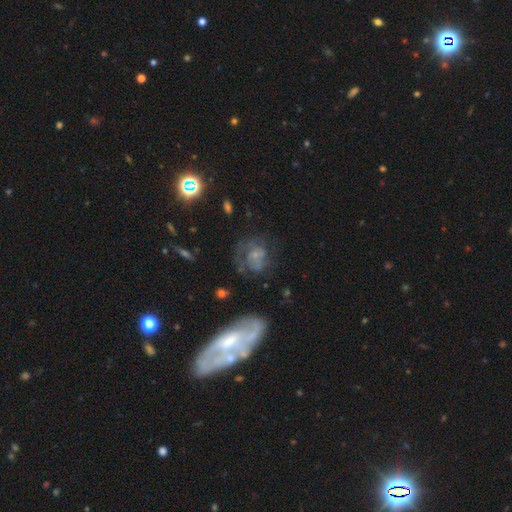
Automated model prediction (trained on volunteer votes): This appears to be a featured or disk galaxy (52%) with no bar (78%), no spiral arms (51%) and a small central bulge (50%). Merging: none (39%).